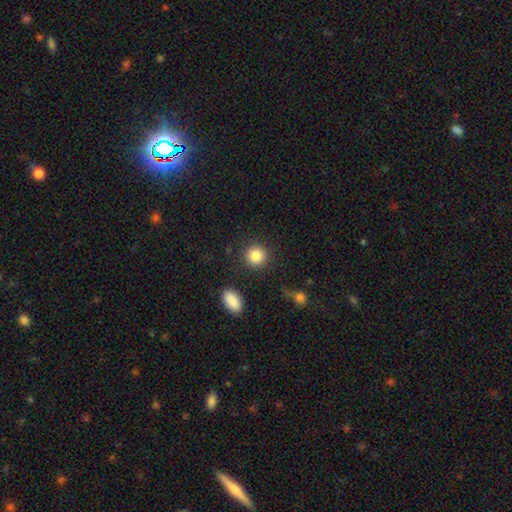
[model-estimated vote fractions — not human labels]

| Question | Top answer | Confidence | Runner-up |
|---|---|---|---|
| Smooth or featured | smooth | 86% | star or artifact (9%) |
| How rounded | round | 90% | in between (9%) |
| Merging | none | 88% | minor disturbance (6%) |